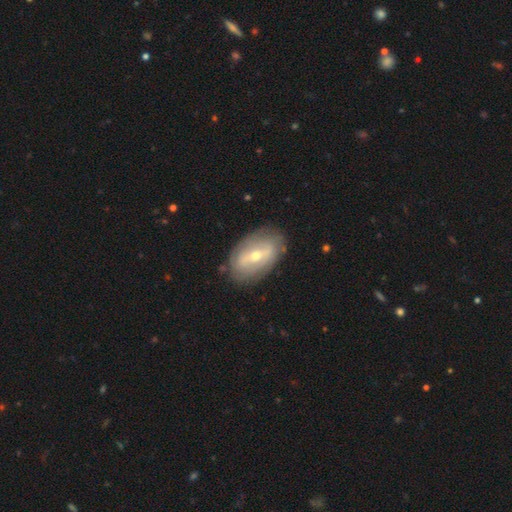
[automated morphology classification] Q: Smooth or featured?
A: featured or disk (65%); runner-up: smooth (28%)
Q: Edge-on disk?
A: no (90%); runner-up: yes (10%)
Q: Bar?
A: weak (40%); tied with: strong (40%)
Q: Spiral arms?
A: no (53%); runner-up: yes (47%)
Q: Bulge size?
A: moderate (50%); runner-up: small (47%)
Q: Merging?
A: none (81%); runner-up: minor disturbance (14%)